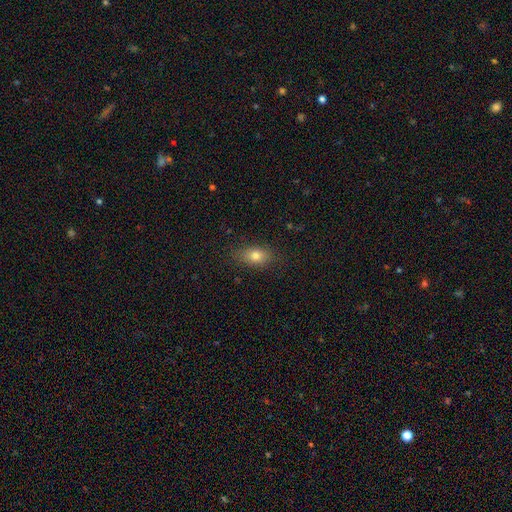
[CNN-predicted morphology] smooth 77%, featured or disk 12%, star or artifact 11%. Down the decision tree: how rounded — in between (80%); merging — none (83%).